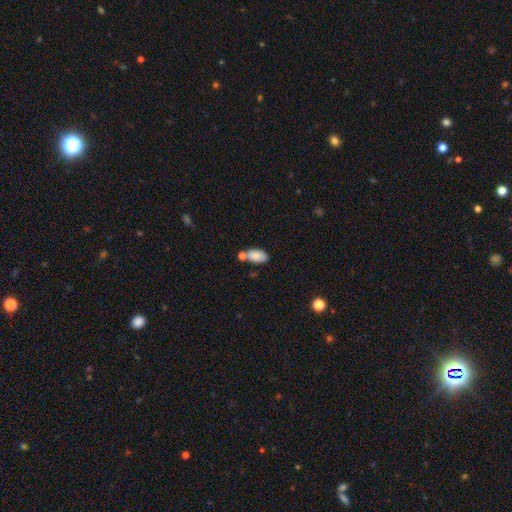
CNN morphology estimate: Smooth or featured: smooth — 84% (featured or disk — 8%)
How rounded: in between — 92% (cigar-shaped — 4%)
Merging: none — 54% (merger — 27%)